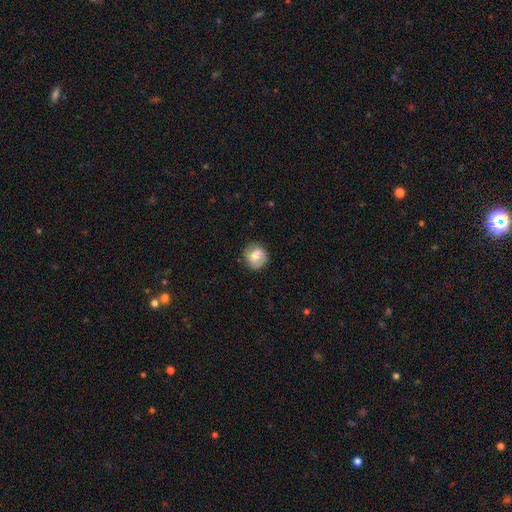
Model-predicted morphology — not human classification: smooth_or_featured: smooth (p=0.72) [alt: featured or disk p=0.20]
how_rounded: round (p=0.84) [alt: in between p=0.16]
merging: none (p=0.81) [alt: minor disturbance p=0.14]